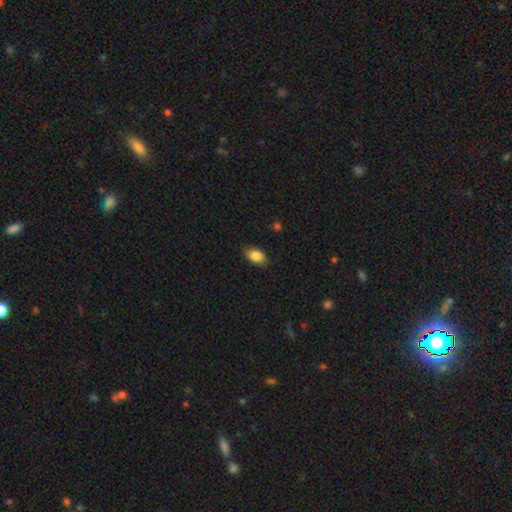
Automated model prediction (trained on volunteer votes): smooth 87%, star or artifact 7%, featured or disk 6%. Down the decision tree: how rounded — in between (87%); merging — none (81%).